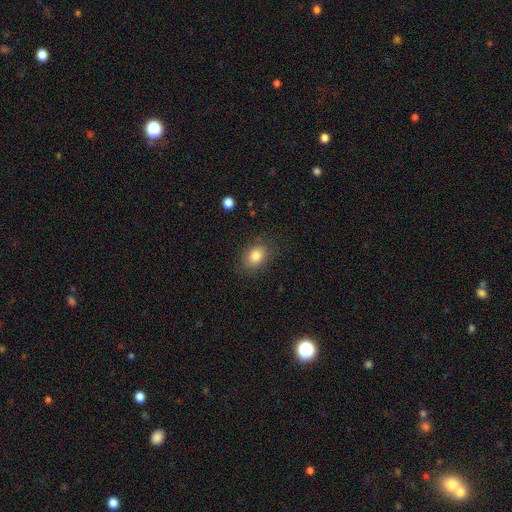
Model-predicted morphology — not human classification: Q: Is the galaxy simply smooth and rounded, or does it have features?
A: smooth — 82%.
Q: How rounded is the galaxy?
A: in between — 66%.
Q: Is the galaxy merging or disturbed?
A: none — 83%.